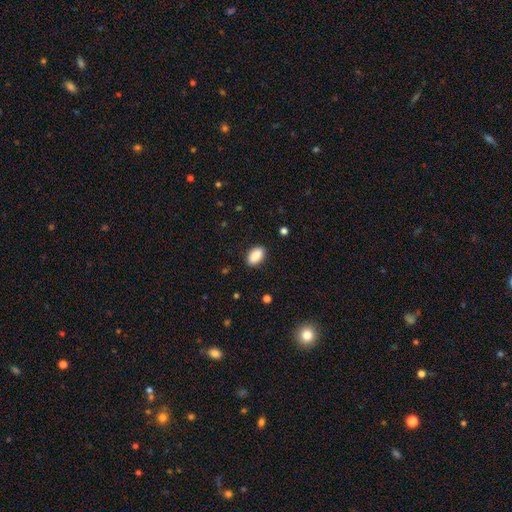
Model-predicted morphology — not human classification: Smooth or featured? smooth (89%)
How rounded? in between (93%)
Merging? none (89%)